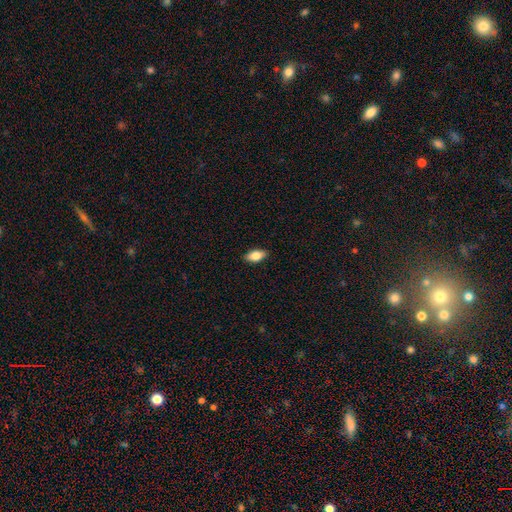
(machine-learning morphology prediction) Smooth or featured? smooth (80%)
How rounded? in between (89%)
Merging? none (89%)